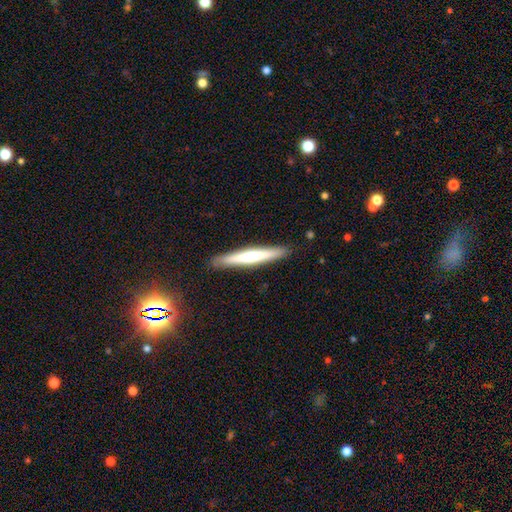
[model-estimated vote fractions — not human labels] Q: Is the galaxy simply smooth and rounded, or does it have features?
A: featured or disk — 51%.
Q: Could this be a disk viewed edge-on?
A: yes — 95%.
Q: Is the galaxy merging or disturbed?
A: none — 89%.